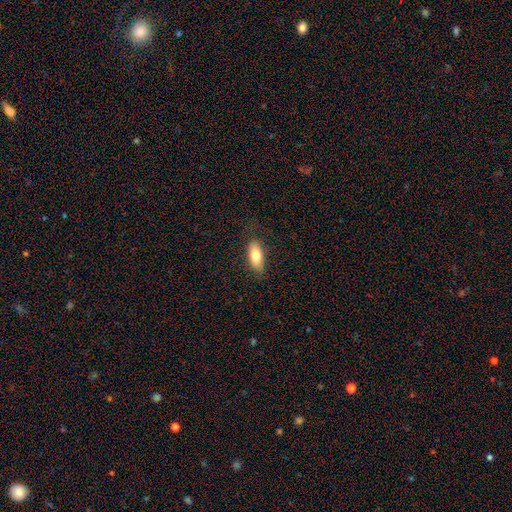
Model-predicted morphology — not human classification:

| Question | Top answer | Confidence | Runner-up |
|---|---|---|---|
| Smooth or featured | smooth | 79% | featured or disk (14%) |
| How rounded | in between | 84% | cigar-shaped (14%) |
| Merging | none | 81% | minor disturbance (15%) |